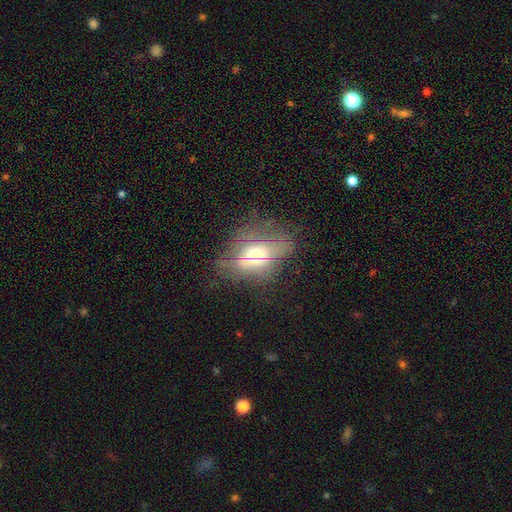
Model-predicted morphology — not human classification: Smooth or featured: smooth — 46% (featured or disk — 38%)
Merging: none — 58% (minor disturbance — 22%)